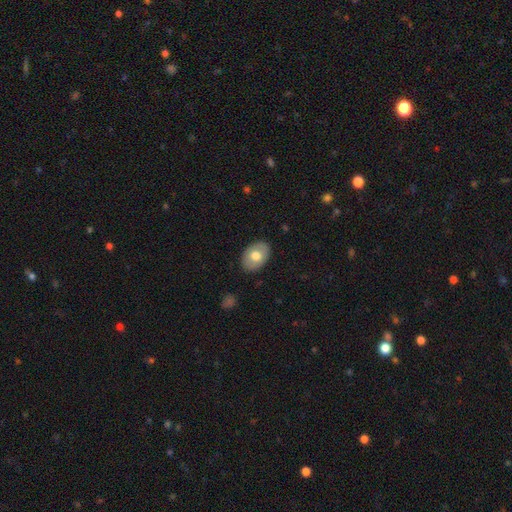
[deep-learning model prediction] Smooth or featured? Predicted: smooth (p=0.69). How rounded? Predicted: in between (p=0.81). Merging? Predicted: none (p=0.87).